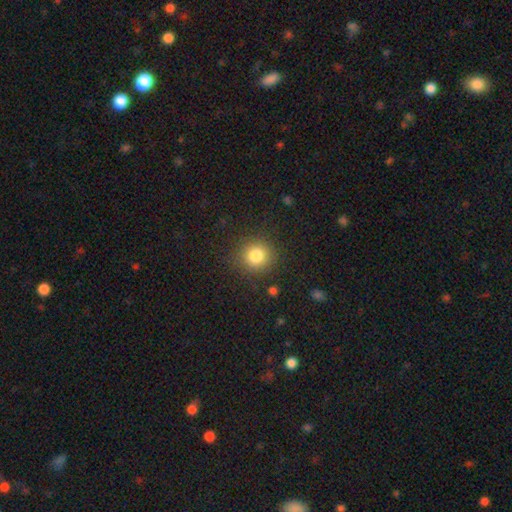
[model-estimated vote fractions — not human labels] smooth_or_featured: smooth (p=0.83) [alt: star or artifact p=0.11]
how_rounded: round (p=0.90) [alt: in between p=0.09]
merging: none (p=0.88) [alt: minor disturbance p=0.08]